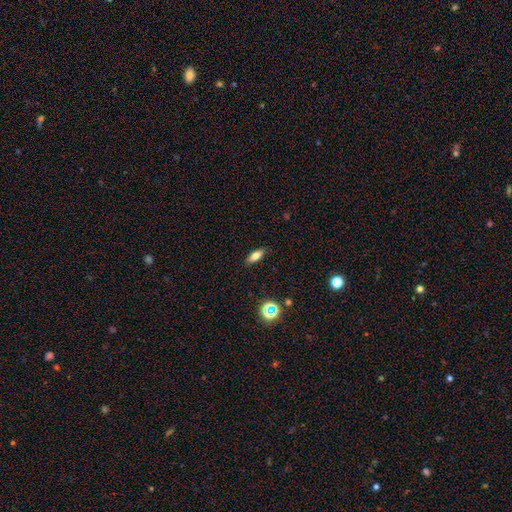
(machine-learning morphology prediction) Smooth or featured? smooth (71%)
How rounded? in between (66%)
Merging? none (88%)